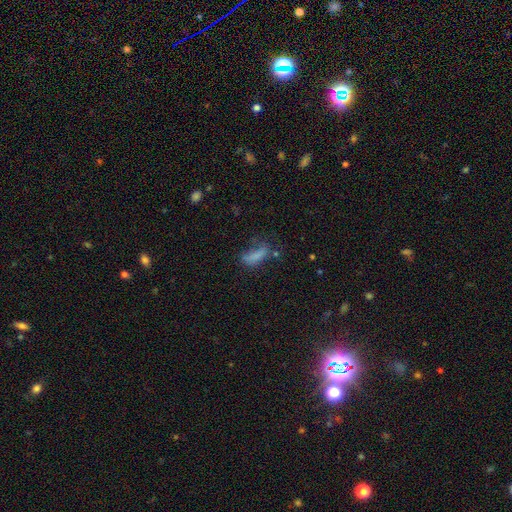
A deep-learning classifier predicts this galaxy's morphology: This appears to be a smooth galaxy with no disk features (71%) that is in between round and cigar-shaped (56%). Merging: none (38%).